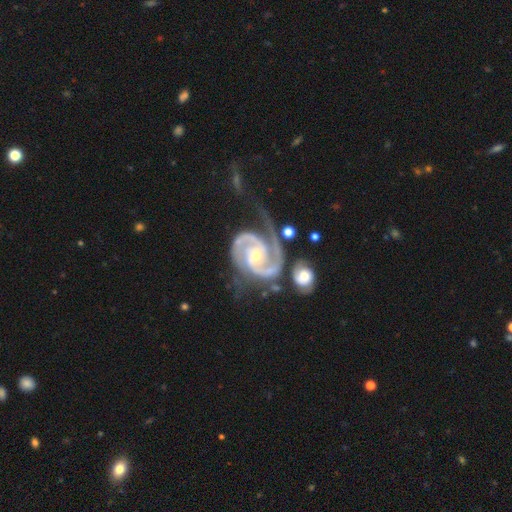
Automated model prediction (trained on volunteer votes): Q: Smooth or featured?
A: featured or disk (94%); runner-up: star or artifact (4%)
Q: Edge-on disk?
A: no (98%); runner-up: yes (2%)
Q: Bar?
A: no (50%); runner-up: weak (34%)
Q: Spiral arms?
A: yes (99%); runner-up: no (1%)
Q: Spiral winding?
A: tight (46%); tied with: medium (46%)
Q: Spiral arm count?
A: 2 (85%); runner-up: 3 (7%)
Q: Bulge size?
A: small (60%); runner-up: moderate (36%)
Q: Merging?
A: none (42%); runner-up: major disturbance (24%)